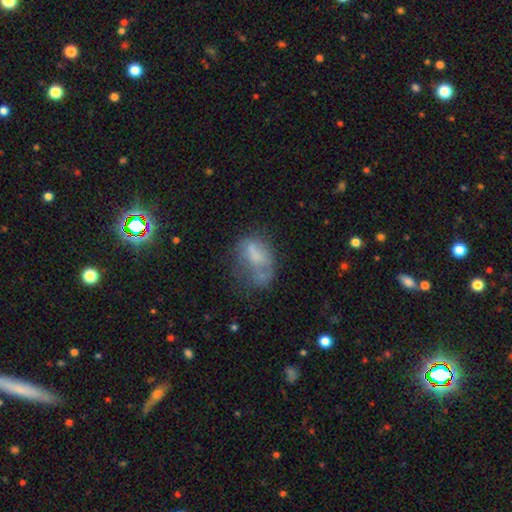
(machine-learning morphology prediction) Smooth or featured?
  - smooth: 52% *
  - featured or disk: 34%
  - star or artifact: 13%
How rounded?
  - in between: 82% *
  - round: 15%
  - cigar-shaped: 4%
Merging?
  - major disturbance: 31% *
  - none: 29%
  - minor disturbance: 25%
  - merger: 15%